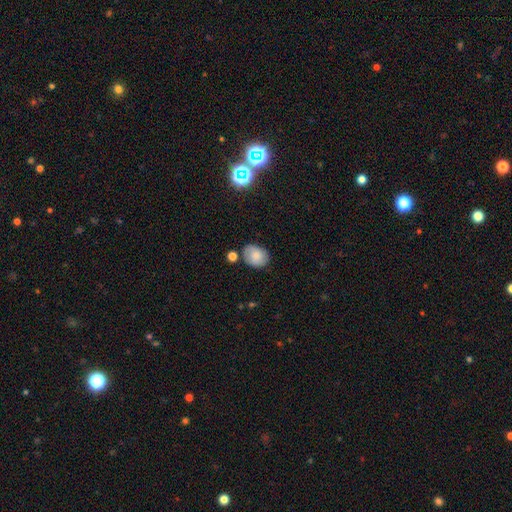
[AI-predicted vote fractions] This appears to be a smooth galaxy with no disk features (72%) that is in between round and cigar-shaped (60%). Merging: none (68%).